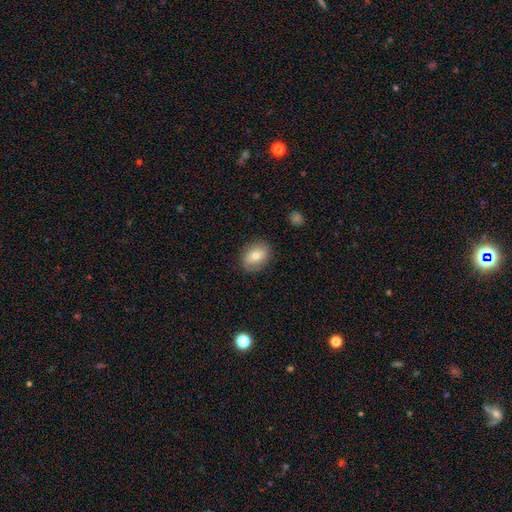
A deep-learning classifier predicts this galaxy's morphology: Smooth or featured? Predicted: smooth (p=0.73). How rounded? Predicted: in between (p=0.64). Merging? Predicted: none (p=0.85).